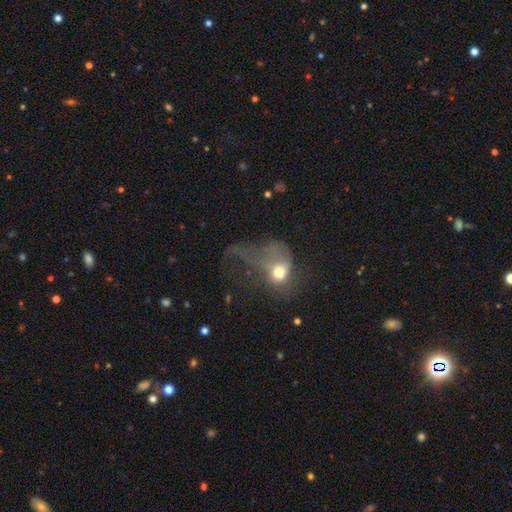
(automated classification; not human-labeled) A smooth galaxy with no disk features (50%) that is round (56%).

Vote fractions:
- Smooth or featured? smooth: 50% / featured or disk: 30% / star or artifact: 20%
- How rounded? round: 56% / in between: 42% / cigar-shaped: 2%
- Merging? major disturbance: 63% / none: 17% / minor disturbance: 15% / merger: 5%